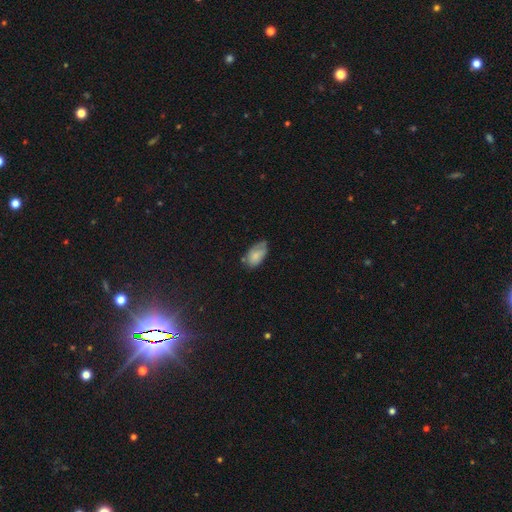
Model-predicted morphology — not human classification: Overall: smooth (74%). How rounded: in between (93%). Merging: none (48%; minor disturbance 37%).